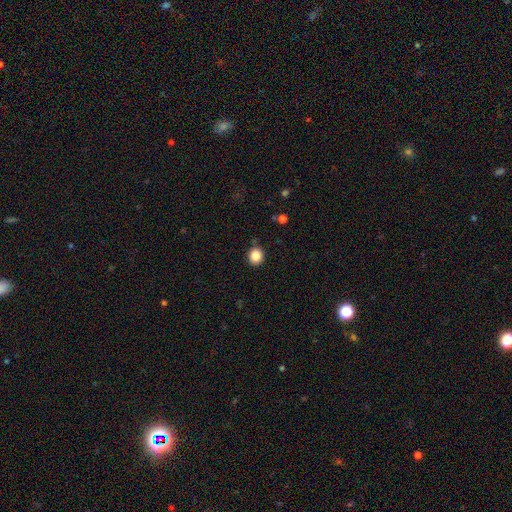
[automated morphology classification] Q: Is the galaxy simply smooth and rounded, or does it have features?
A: smooth — 86%.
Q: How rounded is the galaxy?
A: round — 84%.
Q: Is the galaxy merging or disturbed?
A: none — 88%.